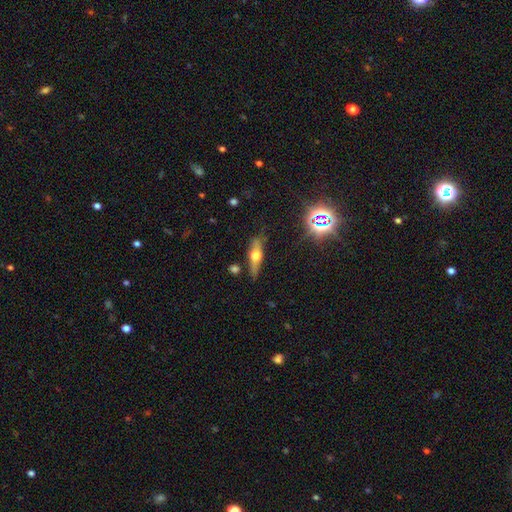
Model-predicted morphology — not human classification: The model was most divided on "smooth or featured": featured or disk: 53%, smooth: 36%, star or artifact: 11%. More confident: edge-on disk — yes (88%); merging — none (74%).